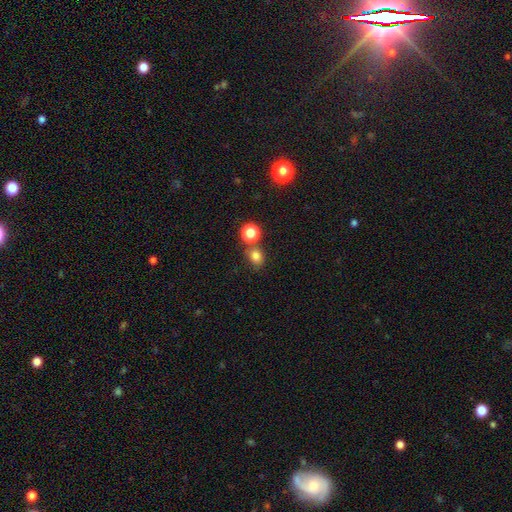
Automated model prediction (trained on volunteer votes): Smooth or featured?
  - smooth: 78% *
  - star or artifact: 16%
  - featured or disk: 6%
How rounded?
  - round: 64% *
  - in between: 35%
  - cigar-shaped: 1%
Merging?
  - none: 67% *
  - merger: 17%
  - minor disturbance: 11%
  - major disturbance: 4%